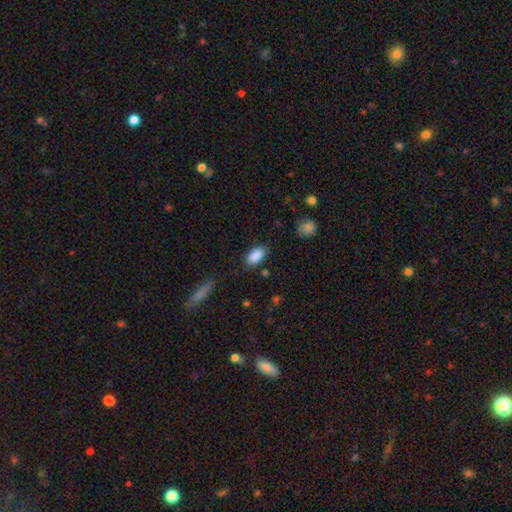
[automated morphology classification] type=smooth (89%); roundness=in between (92%); merging=none (81%).